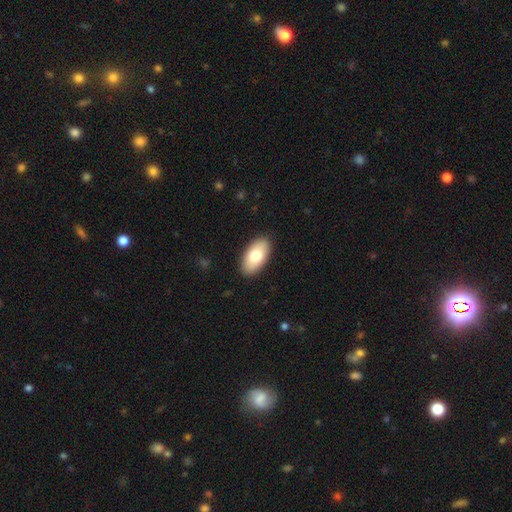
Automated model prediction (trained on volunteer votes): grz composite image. It shows a smooth galaxy with no disk features (76%) that is in between round and cigar-shaped (95%). Merging: none (89%).